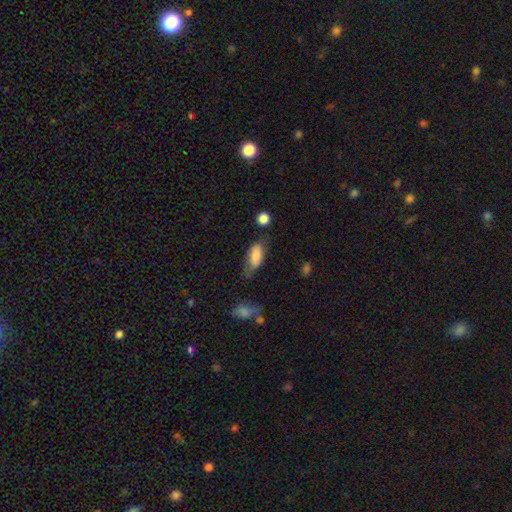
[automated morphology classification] Q: Smooth or featured?
A: smooth (80%); runner-up: featured or disk (12%)
Q: How rounded?
A: in between (83%); runner-up: cigar-shaped (14%)
Q: Merging?
A: none (42%); runner-up: minor disturbance (37%)